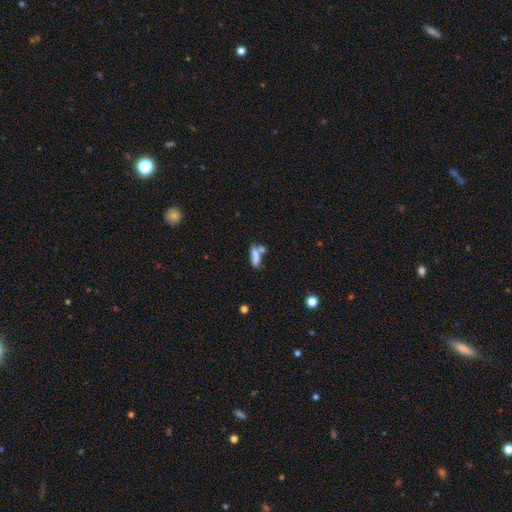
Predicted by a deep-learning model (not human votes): smooth_or_featured: smooth (p=0.78) [alt: featured or disk p=0.12]
how_rounded: cigar-shaped (p=0.50) [alt: in between p=0.46]
merging: none (p=0.47) [alt: merger p=0.33]